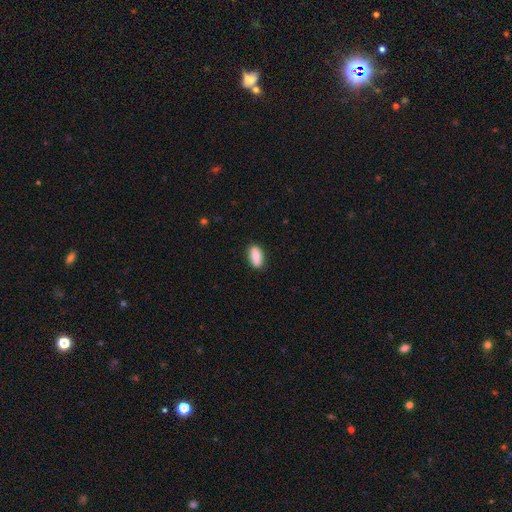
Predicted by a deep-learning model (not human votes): This appears to be a smooth galaxy with no disk features (78%) that is in between round and cigar-shaped (92%). Merging: none (84%).